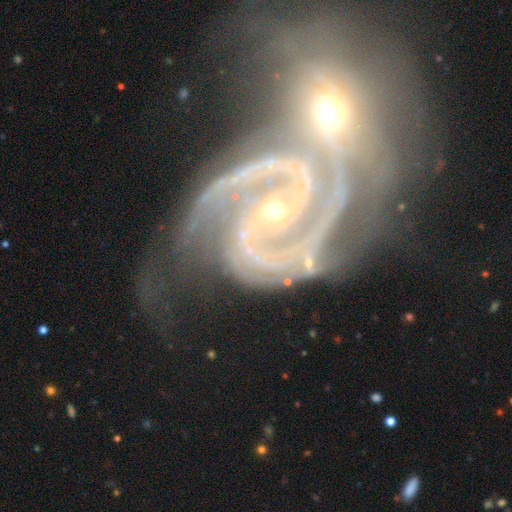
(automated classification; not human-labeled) smooth_or_featured: featured or disk (p=0.83) [alt: star or artifact p=0.10]
disk_edge_on: no (p=0.97) [alt: yes p=0.03]
bar: no (p=0.36) [alt: strong p=0.34]
has_spiral_arms: yes (p=0.96) [alt: no p=0.04]
spiral_winding: tight (p=0.55) [alt: medium p=0.34]
spiral_arm_count: 2 (p=0.36) [alt: 3 p=0.18]
bulge_size: small (p=0.75) [alt: moderate p=0.20]
merging: none (p=0.53) [alt: minor disturbance p=0.19]